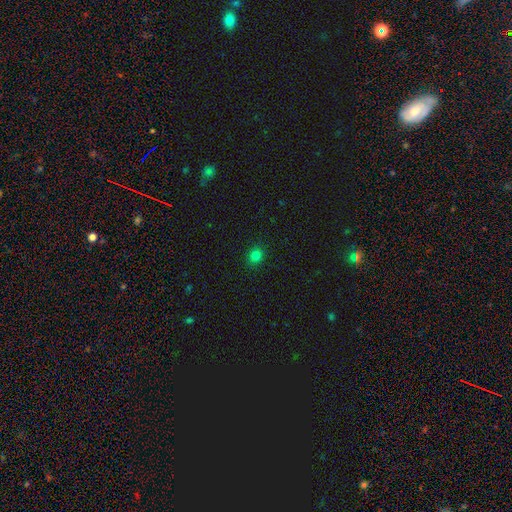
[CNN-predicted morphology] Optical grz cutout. It shows a smooth galaxy with no disk features (78%) that is round (78%). Merging: none (91%).